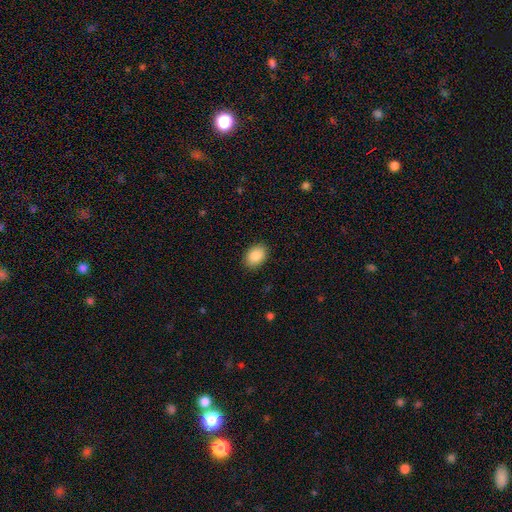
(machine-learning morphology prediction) Overall: smooth (88%). How rounded: in between (76%). Merging: none (88%).